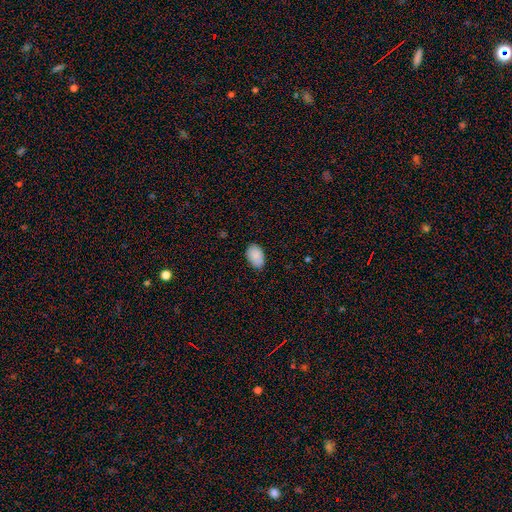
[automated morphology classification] Smooth or featured?
  - smooth: 89% *
  - star or artifact: 7%
  - featured or disk: 5%
How rounded?
  - in between: 90% *
  - round: 9%
  - cigar-shaped: 1%
Merging?
  - none: 80% *
  - minor disturbance: 16%
  - major disturbance: 3%
  - merger: 1%